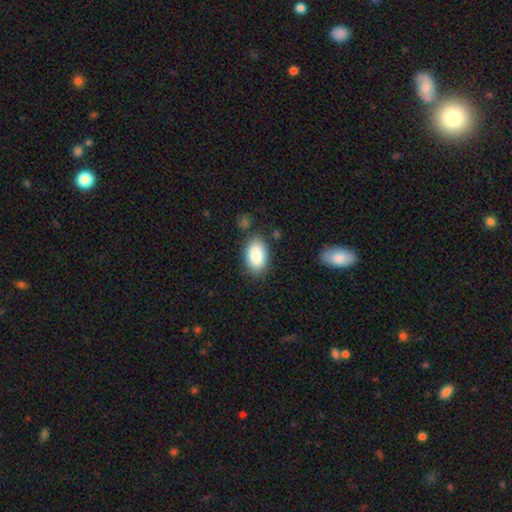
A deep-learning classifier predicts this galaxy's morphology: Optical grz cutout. It shows a smooth galaxy with no disk features (88%) that is in between round and cigar-shaped (92%). Merging: none (80%).